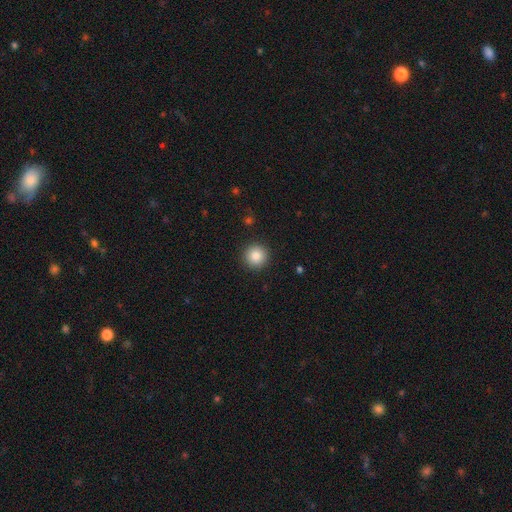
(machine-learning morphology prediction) Overall: smooth (86%). How rounded: round (96%). Merging: none (92%).